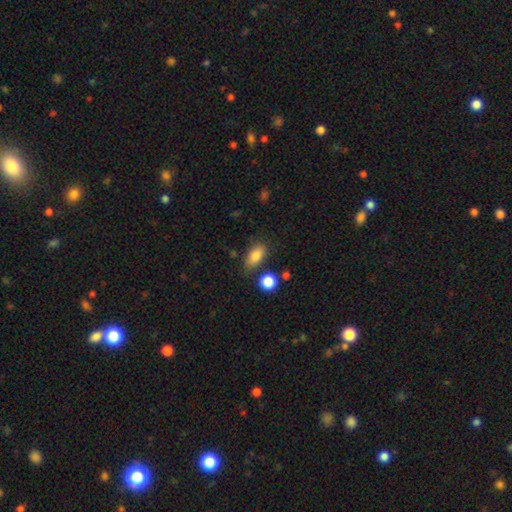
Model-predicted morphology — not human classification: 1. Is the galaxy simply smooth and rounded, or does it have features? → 84% smooth, 9% star or artifact, 8% featured or disk.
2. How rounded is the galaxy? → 86% in between, 9% round, 5% cigar-shaped.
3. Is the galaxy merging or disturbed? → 73% none, 17% minor disturbance, 6% merger, 4% major disturbance.